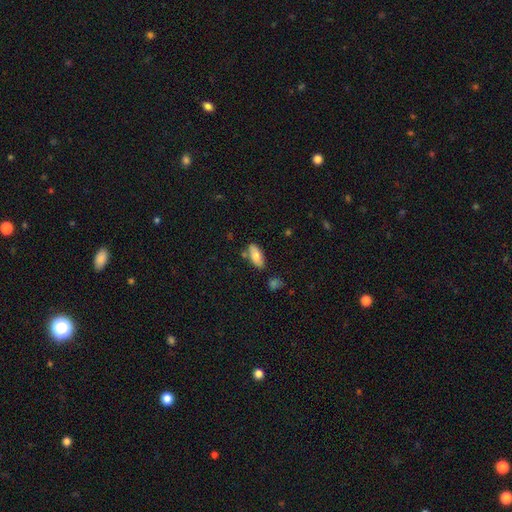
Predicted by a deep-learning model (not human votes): A smooth galaxy with no disk features (77%) that is in between round and cigar-shaped (84%).

Vote fractions:
- Smooth or featured? smooth: 77% / featured or disk: 16% / star or artifact: 7%
- How rounded? in between: 84% / cigar-shaped: 14% / round: 2%
- Merging? none: 75% / minor disturbance: 15% / merger: 7% / major disturbance: 3%